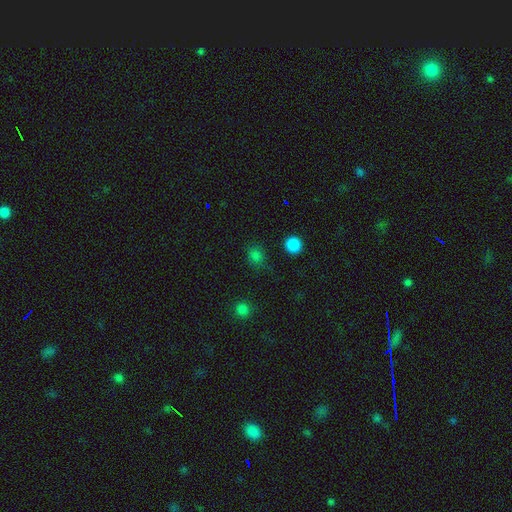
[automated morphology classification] This is likely a smooth galaxy (75%). How rounded: likely round (74%). Merging: likely none (79%).